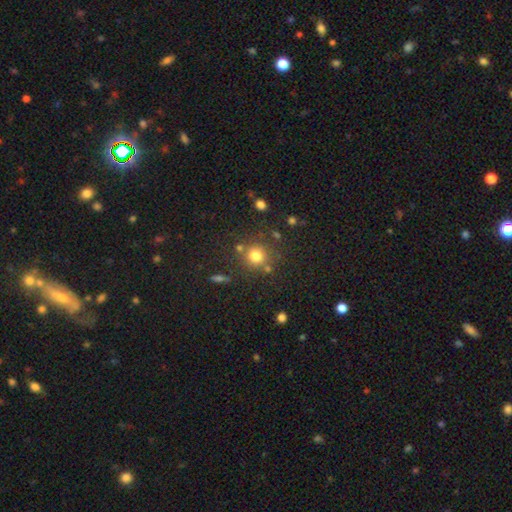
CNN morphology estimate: A smooth galaxy with no disk features (78%) that is round (92%). Merging: none (77%).